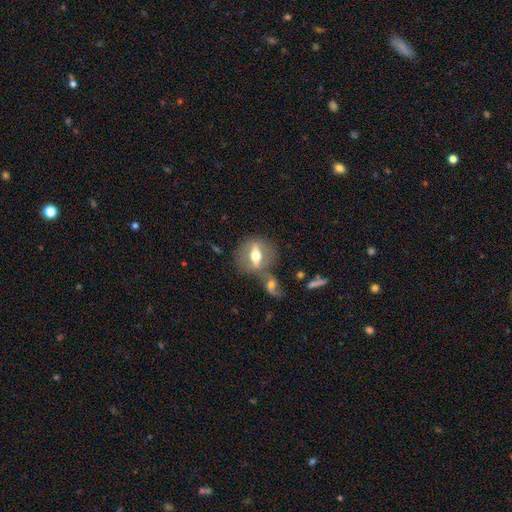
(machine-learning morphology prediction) Smooth or featured?
  - featured or disk: 58% *
  - smooth: 33%
  - star or artifact: 8%
Edge-on disk?
  - no: 57% *
  - yes: 43%
Merging?
  - none: 52% *
  - merger: 27%
  - minor disturbance: 13%
  - major disturbance: 9%